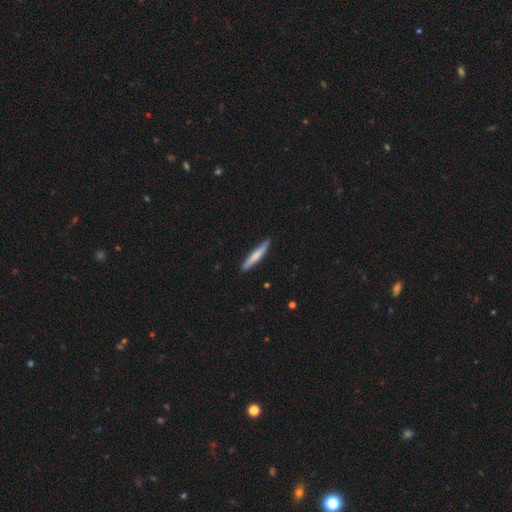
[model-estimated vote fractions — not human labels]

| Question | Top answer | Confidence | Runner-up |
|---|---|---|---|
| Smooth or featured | smooth | 68% | featured or disk (27%) |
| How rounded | cigar-shaped | 94% | in between (5%) |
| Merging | none | 87% | minor disturbance (10%) |